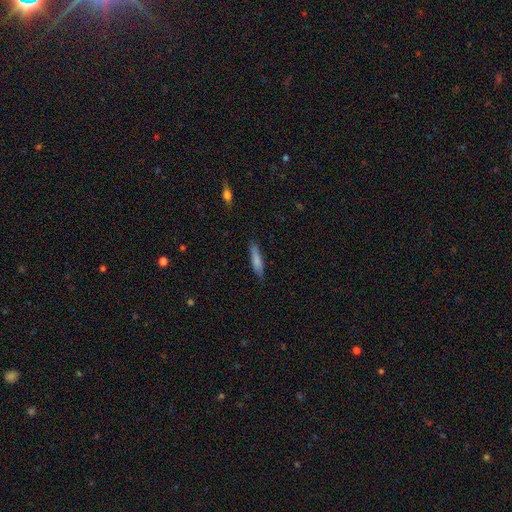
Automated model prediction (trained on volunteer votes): smooth-or-featured: smooth: 69% | featured or disk: 22% | star or artifact: 9%
  how-rounded: cigar-shaped: 85% | in between: 13% | round: 2%
  merging: none: 86% | minor disturbance: 11% | major disturbance: 2% | merger: 1%